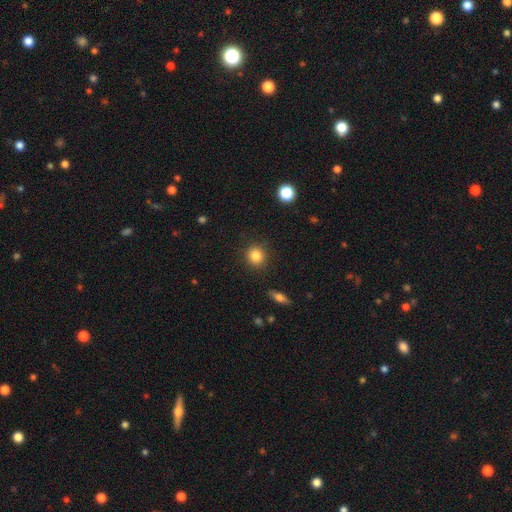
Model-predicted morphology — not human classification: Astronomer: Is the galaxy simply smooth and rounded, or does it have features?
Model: smooth — 85%.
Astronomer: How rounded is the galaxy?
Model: round — 89%.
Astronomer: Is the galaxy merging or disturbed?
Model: none — 90%.